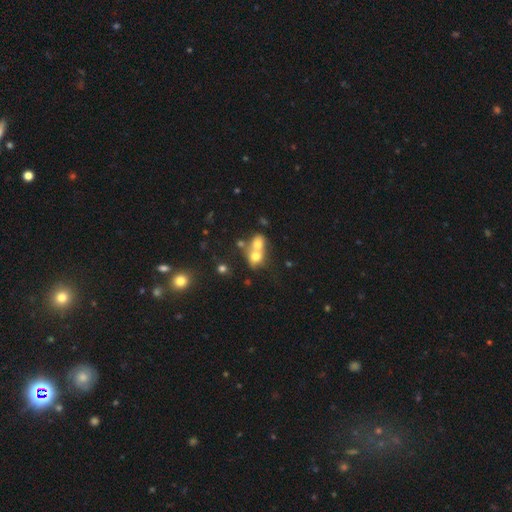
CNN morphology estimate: A smooth galaxy with no disk features (69%) that is round (57%). Merging: merger (73%).